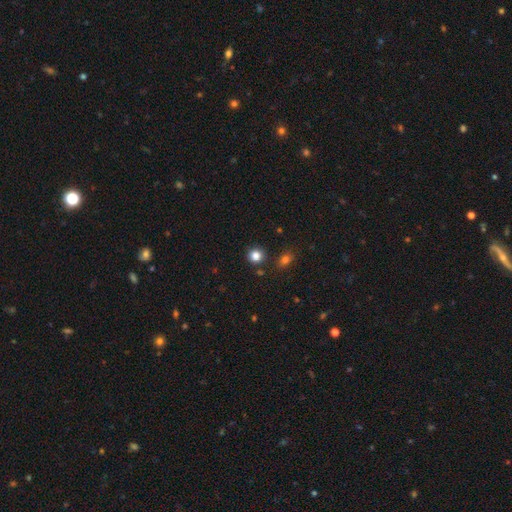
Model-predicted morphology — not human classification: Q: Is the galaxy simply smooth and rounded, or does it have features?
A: smooth — 83%.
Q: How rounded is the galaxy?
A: round — 91%.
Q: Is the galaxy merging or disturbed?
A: none — 86%.